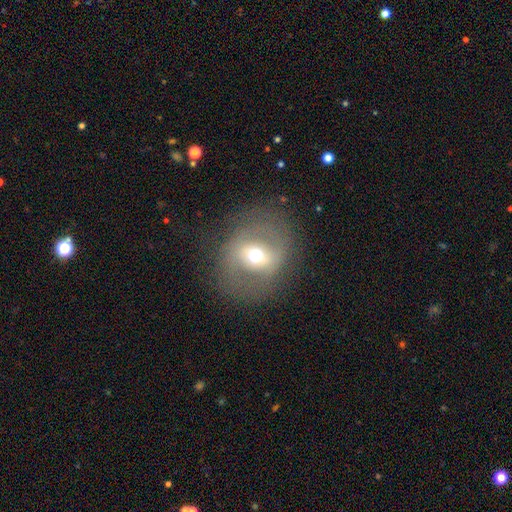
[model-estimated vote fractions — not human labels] Morphology: type=featured or disk (51%); edge-on=no (93%); merging=none (74%).